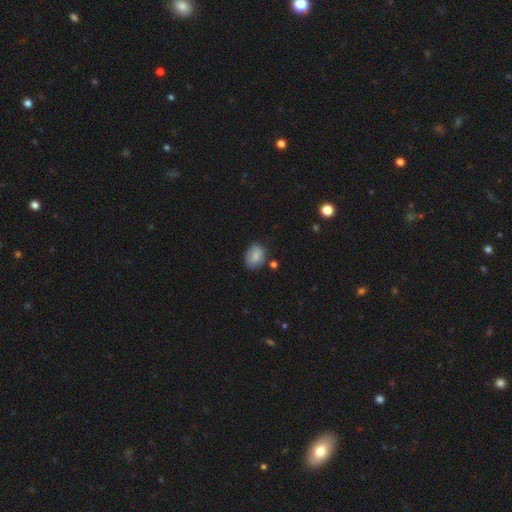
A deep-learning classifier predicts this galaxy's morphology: smooth_or_featured: smooth (p=0.77) [alt: featured or disk p=0.14]
how_rounded: in between (p=0.62) [alt: round p=0.37]
merging: none (p=0.74) [alt: minor disturbance p=0.18]